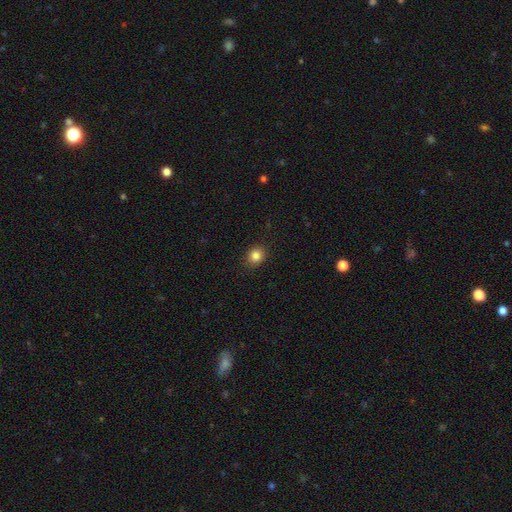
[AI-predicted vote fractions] Morphology: type=smooth (84%); roundness=round (71%); merging=none (89%).